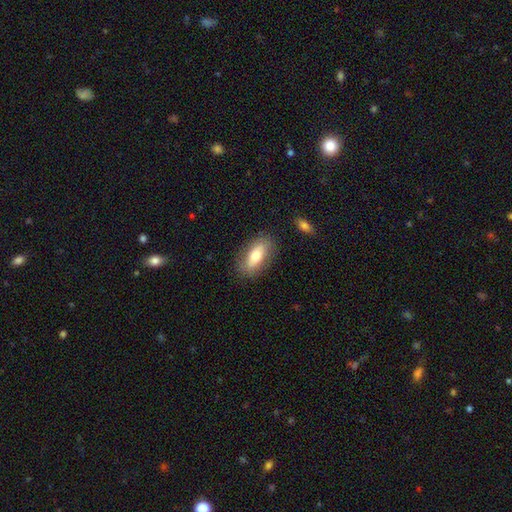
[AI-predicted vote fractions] smooth-or-featured: smooth: 69% | featured or disk: 24% | star or artifact: 6%
  how-rounded: in between: 82% | cigar-shaped: 14% | round: 4%
  merging: none: 83% | minor disturbance: 12% | major disturbance: 4% | merger: 2%